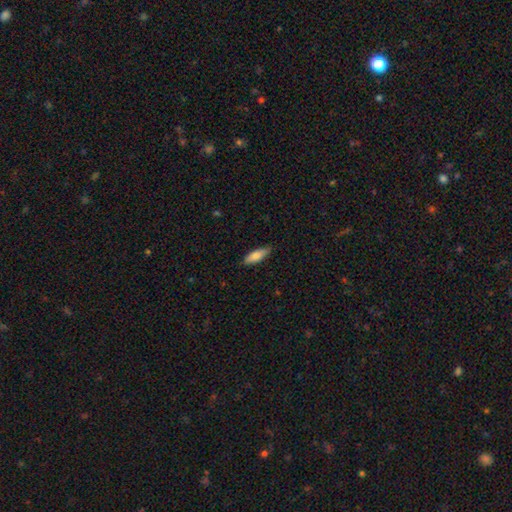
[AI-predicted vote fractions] Overall: smooth (78%). How rounded: in between (53%; cigar-shaped 45%). Merging: none (86%).